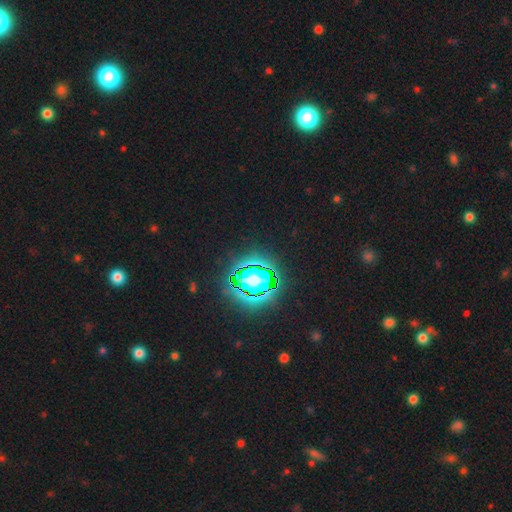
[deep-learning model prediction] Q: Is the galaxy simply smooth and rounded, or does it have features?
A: star or artifact — 75%.